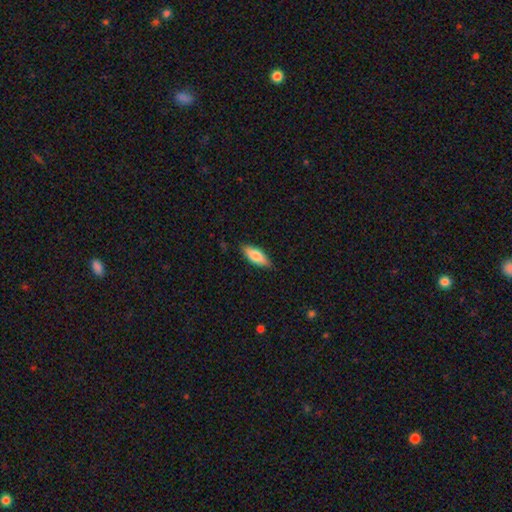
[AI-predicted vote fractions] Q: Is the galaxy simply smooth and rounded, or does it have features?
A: smooth — 76%.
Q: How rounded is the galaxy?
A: in between — 73%.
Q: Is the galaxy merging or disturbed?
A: none — 85%.